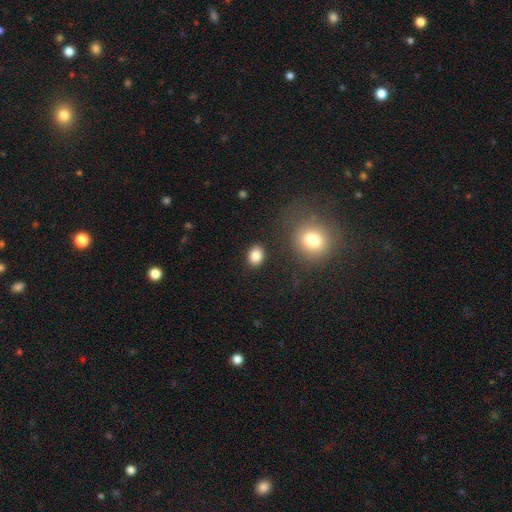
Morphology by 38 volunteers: smooth-or-featured: smooth: 84% | featured or disk: 11% | star or artifact: 5%
  how-rounded: round: 62% | in between: 38% | cigar-shaped: 0%
  merging: none: 86% | minor disturbance: 8% | merger: 6% | major disturbance: 0%